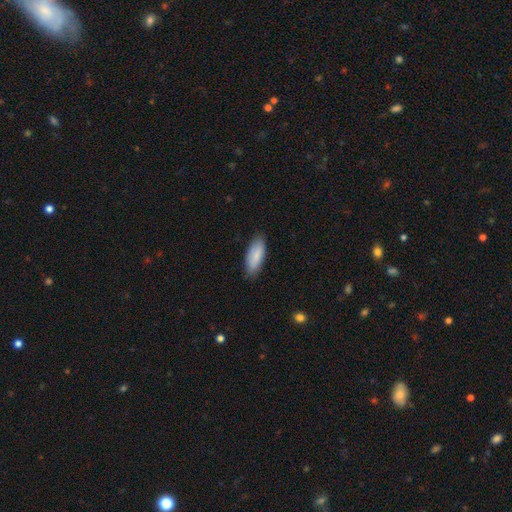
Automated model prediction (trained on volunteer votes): Overall: smooth (85%). How rounded: in between (75%). Merging: none (85%).